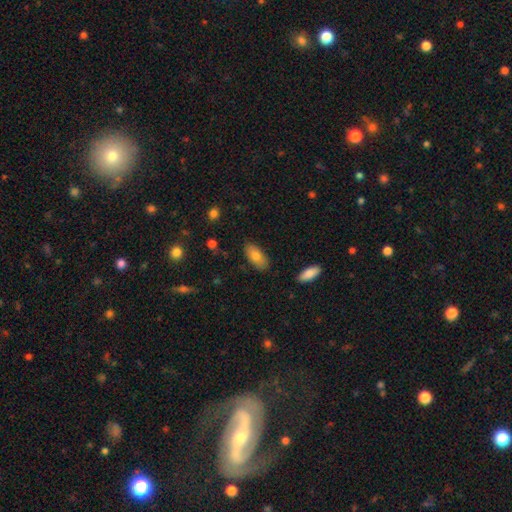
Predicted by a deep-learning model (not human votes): smooth_or_featured: smooth (p=0.78) [alt: featured or disk p=0.15]
how_rounded: in between (p=0.90) [alt: cigar-shaped p=0.07]
merging: none (p=0.83) [alt: minor disturbance p=0.13]